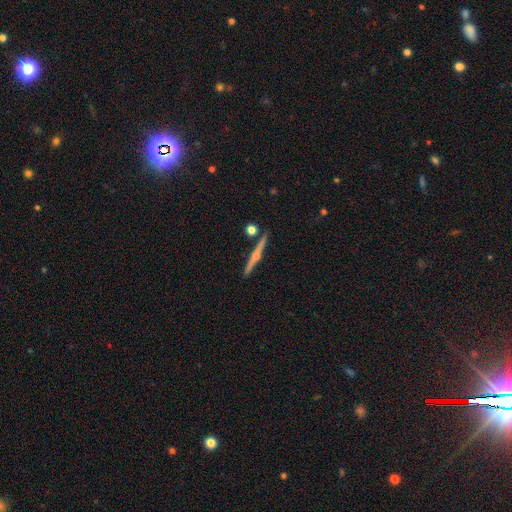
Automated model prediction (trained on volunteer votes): featured or disk 79%, smooth 16%, star or artifact 6%. Down the decision tree: edge-on disk — yes (98%); edge-on bulge — rounded (90%); merging — none (88%).